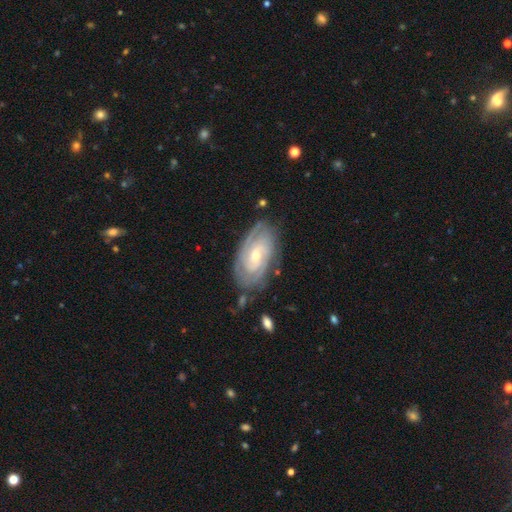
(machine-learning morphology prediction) A featured or disk galaxy (85%) with no bar (58%), 2 (36%) tight (74%) spiral arms (96%) and a small central bulge (59%). Merging: none (75%).